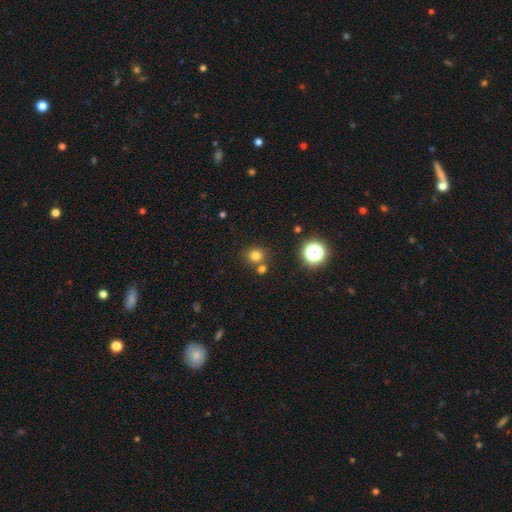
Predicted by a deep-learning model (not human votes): Smooth or featured?
  - smooth: 75% *
  - star or artifact: 18%
  - featured or disk: 7%
How rounded?
  - round: 89% *
  - in between: 10%
  - cigar-shaped: 1%
Merging?
  - none: 70% *
  - merger: 19%
  - minor disturbance: 7%
  - major disturbance: 3%